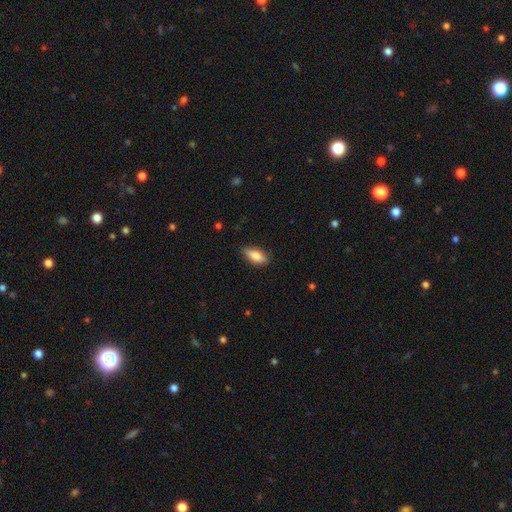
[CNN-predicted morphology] This appears to be a smooth galaxy with no disk features (82%) that is in between round and cigar-shaped (84%). Merging: none (80%).